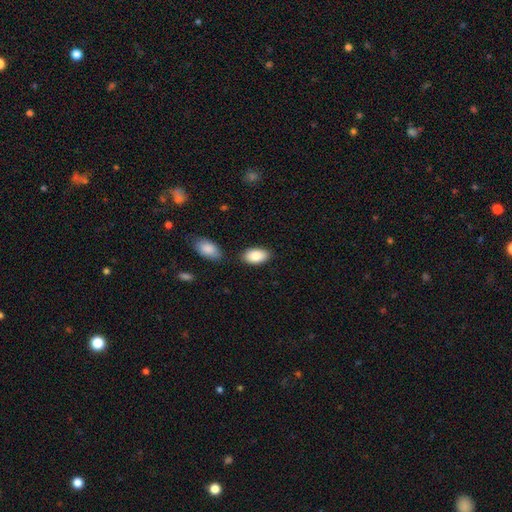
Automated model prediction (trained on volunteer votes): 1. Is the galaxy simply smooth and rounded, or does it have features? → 86% smooth, 8% featured or disk, 6% star or artifact.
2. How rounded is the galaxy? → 94% in between, 4% round, 2% cigar-shaped.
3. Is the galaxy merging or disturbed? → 79% none, 11% minor disturbance, 7% merger, 3% major disturbance.